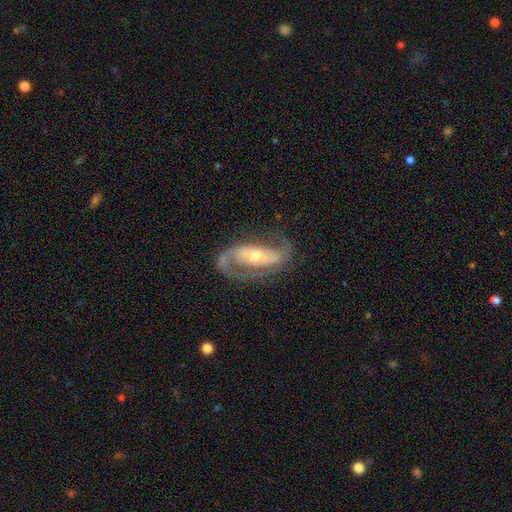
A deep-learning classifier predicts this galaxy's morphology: smooth_or_featured: featured or disk (p=0.88) [alt: smooth p=0.07]
disk_edge_on: no (p=0.95) [alt: yes p=0.05]
bar: strong (p=0.36) [alt: no p=0.33]
has_spiral_arms: yes (p=0.95) [alt: no p=0.05]
spiral_winding: medium (p=0.49) [alt: loose p=0.30]
spiral_arm_count: 2 (p=0.89) [alt: 1 p=0.04]
bulge_size: moderate (p=0.50) [alt: small p=0.44]
merging: none (p=0.71) [alt: minor disturbance p=0.16]